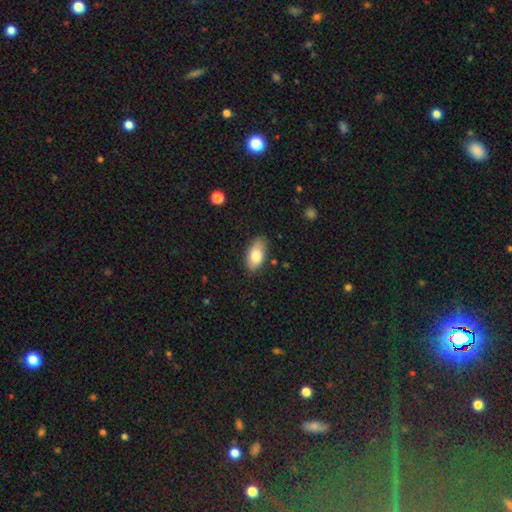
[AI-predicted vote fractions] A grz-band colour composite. It shows a smooth galaxy with no disk features (82%) that is in between round and cigar-shaped (92%). Merging: none (80%).